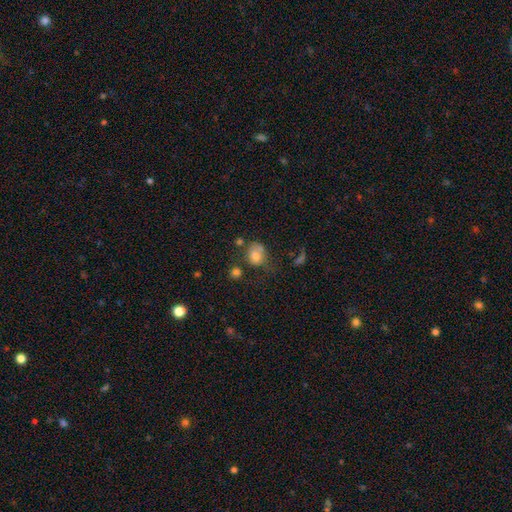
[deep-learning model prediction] This appears to be a smooth galaxy with no disk features (72%) that is round (56%). Merging: none (39%).